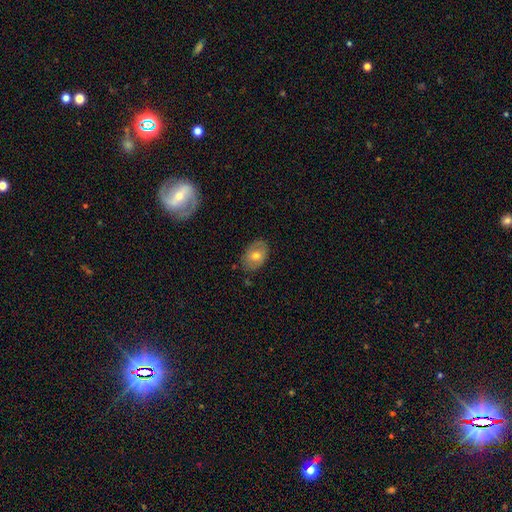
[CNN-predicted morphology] smooth 65%, featured or disk 27%, star or artifact 7%. Down the decision tree: how rounded — in between (80%); merging — none (79%).